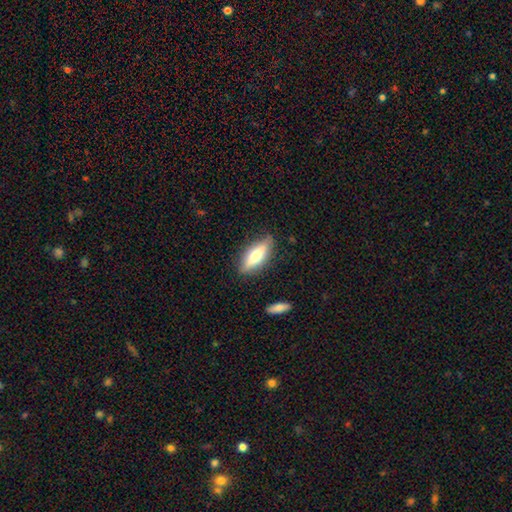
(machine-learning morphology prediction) This is likely a smooth galaxy (62%). How rounded: possibly in between (57%). Merging: clearly none (83%).